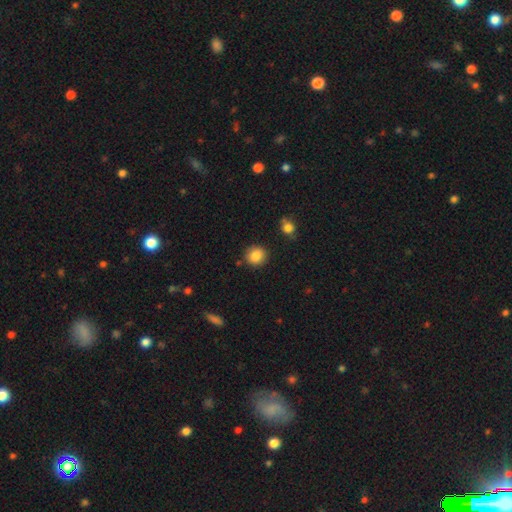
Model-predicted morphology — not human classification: Smooth or featured: smooth — 85% (star or artifact — 10%)
How rounded: round — 86% (in between — 13%)
Merging: none — 87% (minor disturbance — 8%)